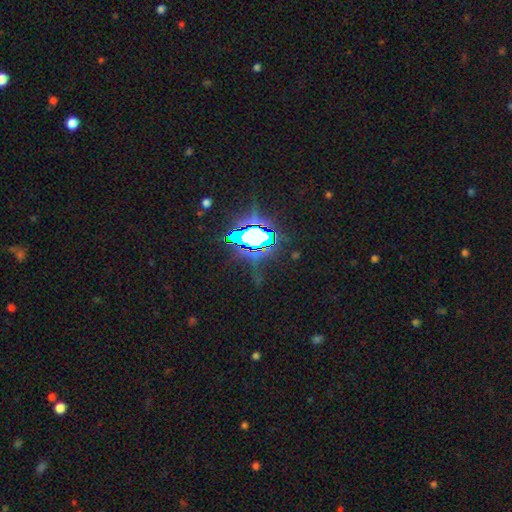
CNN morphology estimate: The model was most divided on "smooth or featured": star or artifact: 78%, smooth: 12%, featured or disk: 10%.